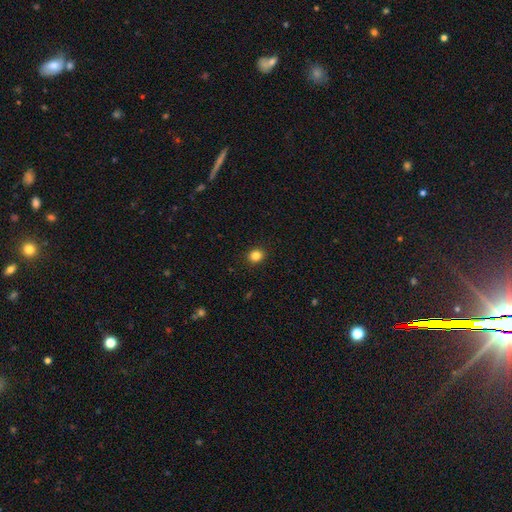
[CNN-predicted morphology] Smooth or featured? Predicted: smooth (p=0.84). How rounded? Predicted: round (p=0.74). Merging? Predicted: none (p=0.91).